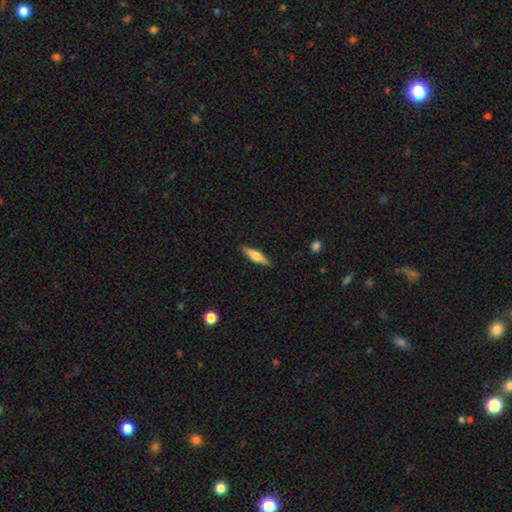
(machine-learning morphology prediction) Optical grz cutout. It shows a smooth galaxy with no disk features (51%) that is cigar-shaped (70%). Merging: none (89%).